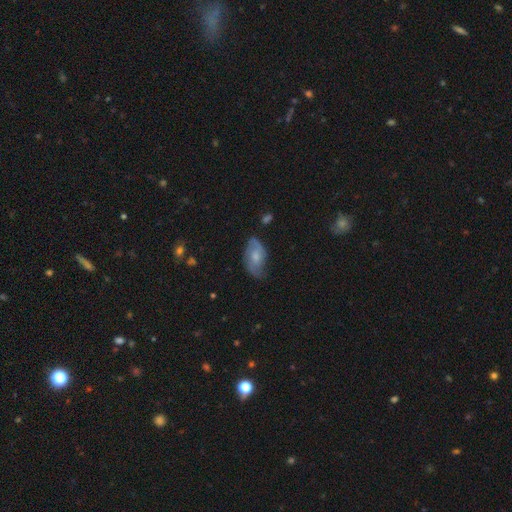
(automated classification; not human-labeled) Smooth or featured? Predicted: featured or disk (p=0.53). Edge-on disk? Predicted: no (p=0.94). Merging? Predicted: none (p=0.63).